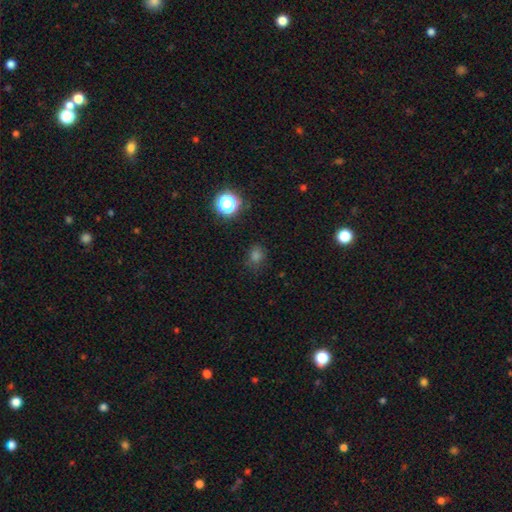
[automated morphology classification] Smooth or featured? Predicted: smooth (p=0.68). How rounded? Predicted: round (p=0.68). Merging? Predicted: none (p=0.75).